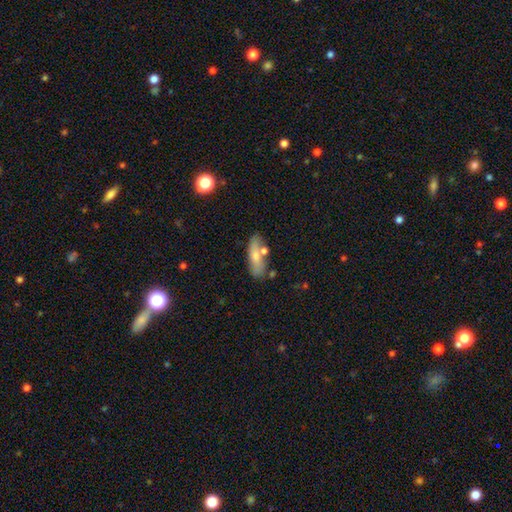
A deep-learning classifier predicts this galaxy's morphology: Smooth or featured?
  - smooth: 65% *
  - featured or disk: 27%
  - star or artifact: 8%
How rounded?
  - in between: 53% *
  - cigar-shaped: 43%
  - round: 4%
Merging?
  - none: 69% *
  - minor disturbance: 15%
  - merger: 11%
  - major disturbance: 4%